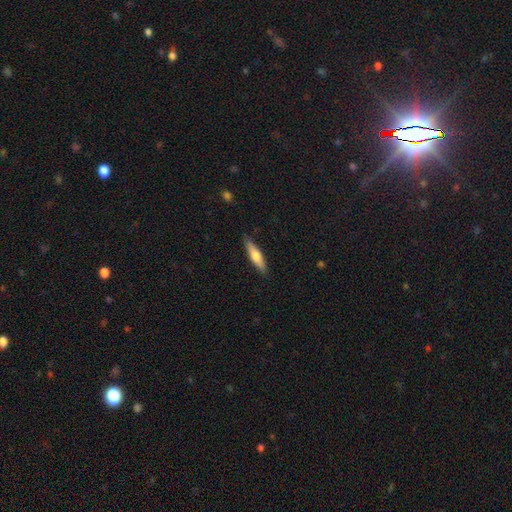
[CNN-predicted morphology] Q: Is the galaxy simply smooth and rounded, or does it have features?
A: smooth — 57%.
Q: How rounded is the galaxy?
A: cigar-shaped — 76%.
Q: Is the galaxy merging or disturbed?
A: none — 88%.